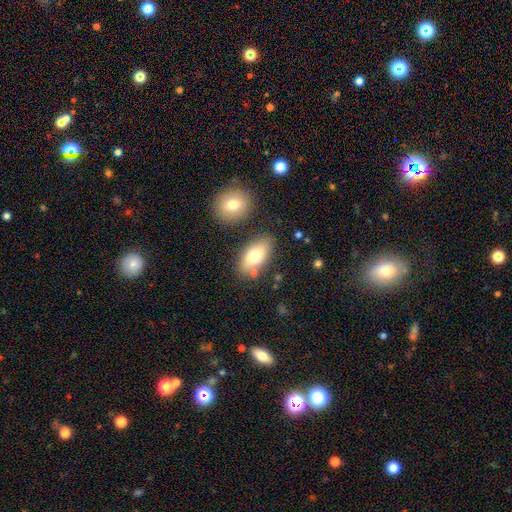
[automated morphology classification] A smooth galaxy with no disk features (72%) that is in between round and cigar-shaped (88%).

Vote fractions:
- Smooth or featured? smooth: 72% / featured or disk: 20% / star or artifact: 9%
- How rounded? in between: 88% / cigar-shaped: 7% / round: 5%
- Merging? none: 75% / minor disturbance: 13% / merger: 8% / major disturbance: 3%